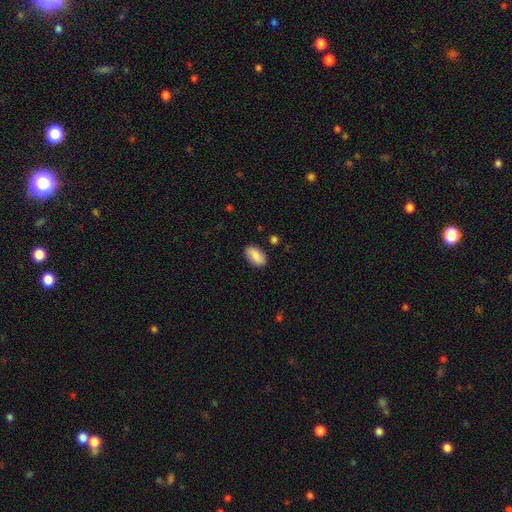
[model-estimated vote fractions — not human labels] This is clearly a smooth galaxy (81%). How rounded: clearly in between (93%). Merging: clearly none (82%).